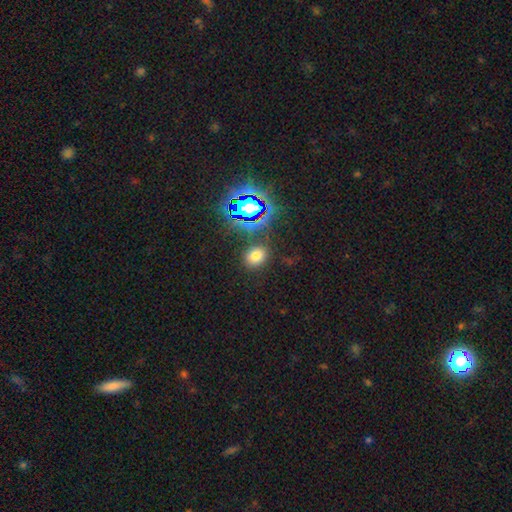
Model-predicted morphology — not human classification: The model was most divided on "how rounded": round: 52%, in between: 46%, cigar-shaped: 1%. More confident: merging — none (84%); smooth or featured — smooth (68%).